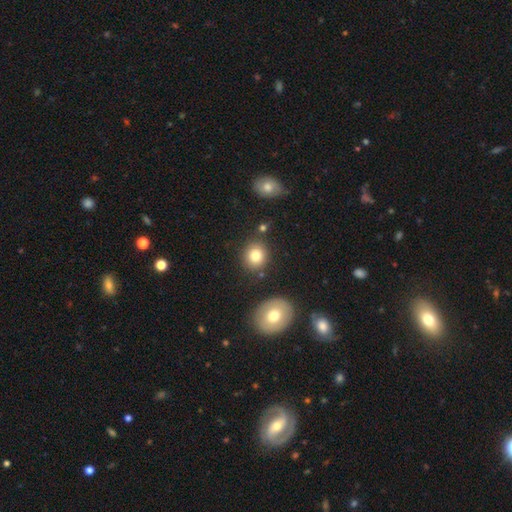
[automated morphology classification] smooth 81%, star or artifact 10%, featured or disk 9%. Down the decision tree: how rounded — round (81%); merging — none (80%).